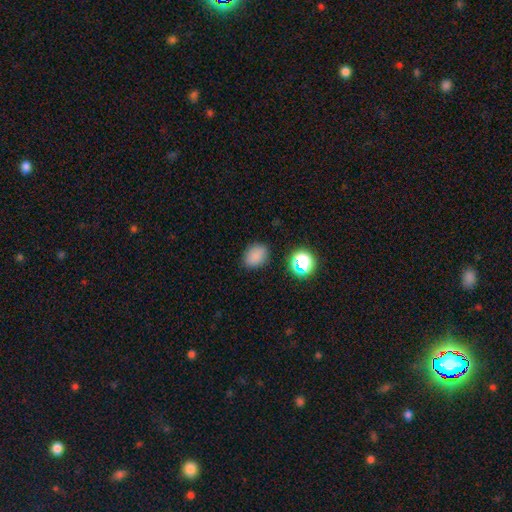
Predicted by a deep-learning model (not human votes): Smooth or featured? smooth (81%)
How rounded? in between (69%)
Merging? none (84%)